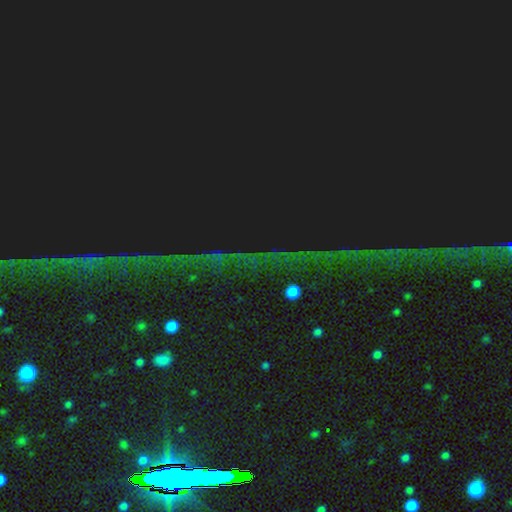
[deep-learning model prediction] smooth_or_featured: star or artifact (p=0.87) [alt: featured or disk p=0.07]